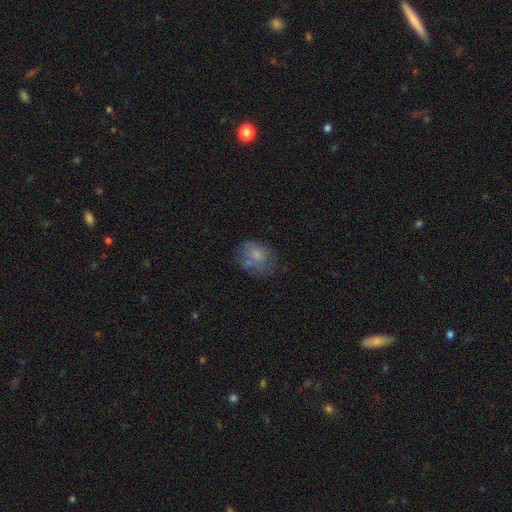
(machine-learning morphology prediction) Q: Smooth or featured?
A: smooth (69%); runner-up: featured or disk (22%)
Q: How rounded?
A: in between (56%); runner-up: round (42%)
Q: Merging?
A: none (48%); runner-up: minor disturbance (26%)